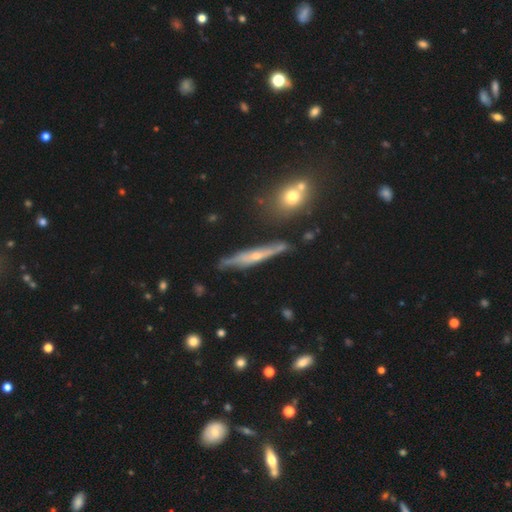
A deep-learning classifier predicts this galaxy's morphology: smooth_or_featured: featured or disk (p=0.65) [alt: smooth p=0.27]
disk_edge_on: yes (p=0.90) [alt: no p=0.10]
edge_on_bulge: rounded (p=0.70) [alt: none p=0.25]
merging: none (p=0.74) [alt: minor disturbance p=0.19]